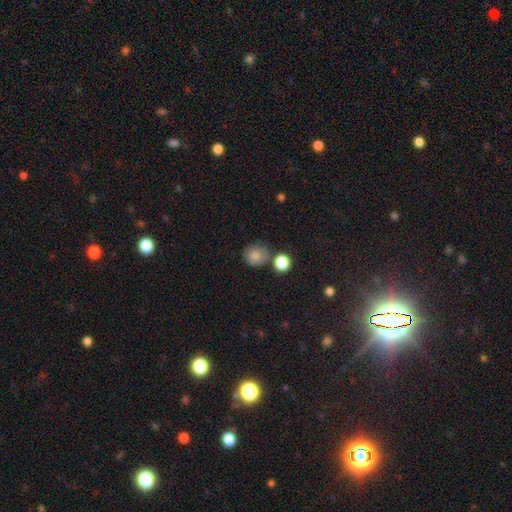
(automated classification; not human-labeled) Overall: smooth (84%). How rounded: round (83%). Merging: none (67%).